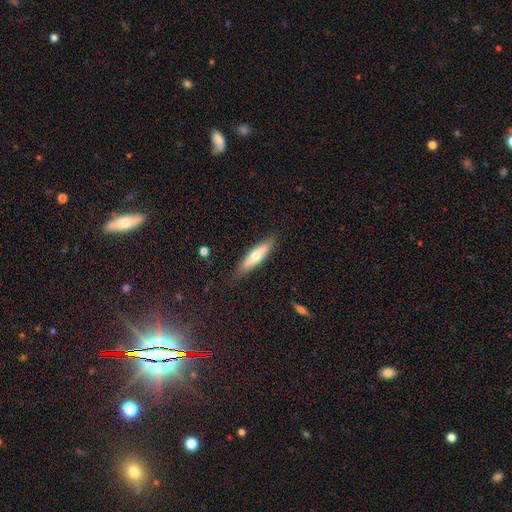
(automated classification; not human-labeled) Smooth or featured? smooth (60%)
How rounded? cigar-shaped (66%)
Merging? none (82%)